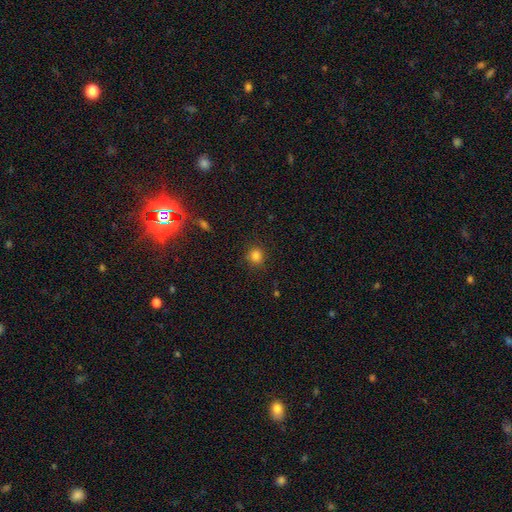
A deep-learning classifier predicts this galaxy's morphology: A smooth galaxy with no disk features (83%) that is round (90%). Merging: none (87%).